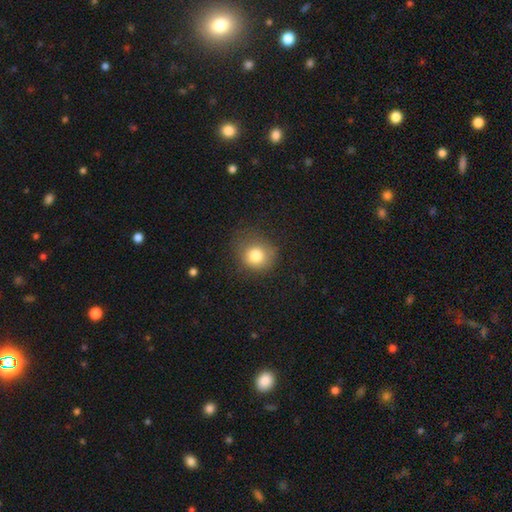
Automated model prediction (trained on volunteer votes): smooth 80%, star or artifact 11%, featured or disk 9%. Down the decision tree: how rounded — round (80%); merging — none (66%).